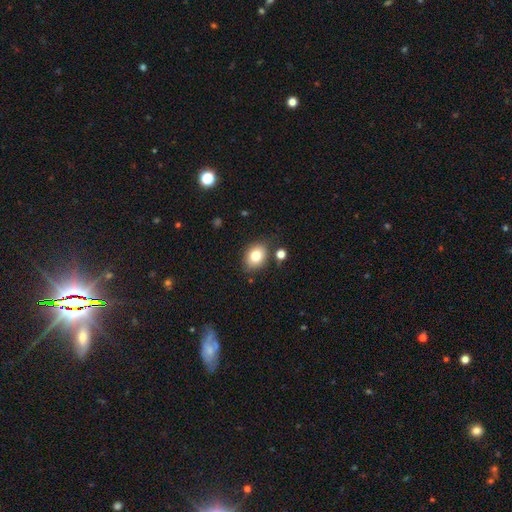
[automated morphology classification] type=smooth (80%); roundness=in between (59%); merging=none (78%).